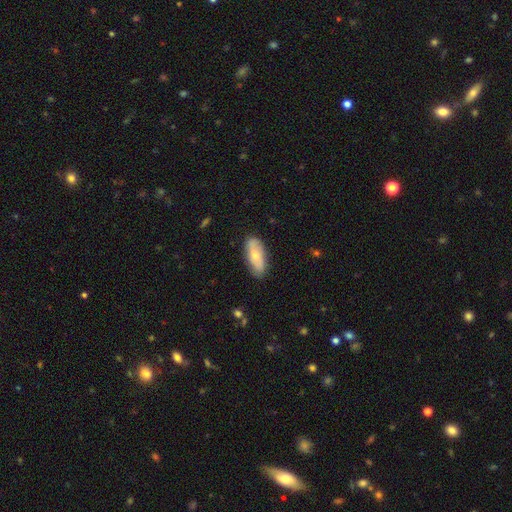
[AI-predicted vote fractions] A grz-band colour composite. It shows a smooth galaxy with no disk features (59%) that is in between round and cigar-shaped (83%). Merging: none (82%).